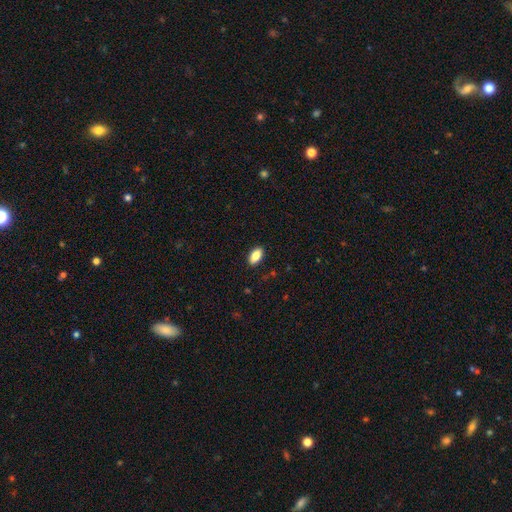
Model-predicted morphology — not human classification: A smooth galaxy with no disk features (86%) that is in between round and cigar-shaped (92%). Merging: none (90%).